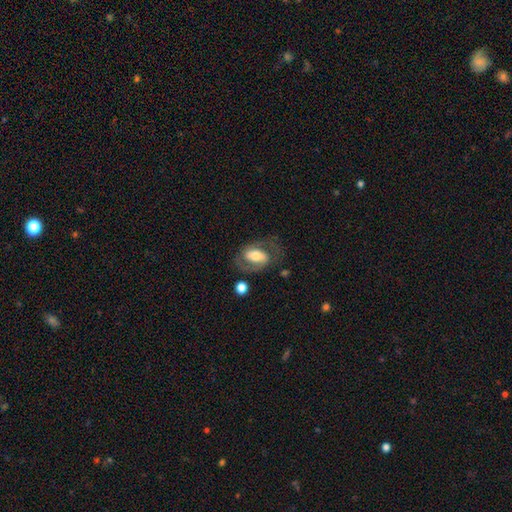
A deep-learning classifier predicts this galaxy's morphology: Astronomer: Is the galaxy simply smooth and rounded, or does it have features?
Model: featured or disk — 62%.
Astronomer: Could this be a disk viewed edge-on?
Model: no — 95%.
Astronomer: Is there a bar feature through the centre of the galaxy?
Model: no — 36% (runner-up: weak, 35%).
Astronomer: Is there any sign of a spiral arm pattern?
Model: yes — 75%.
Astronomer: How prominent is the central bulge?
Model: moderate — 58%.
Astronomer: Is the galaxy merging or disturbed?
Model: none — 61%.